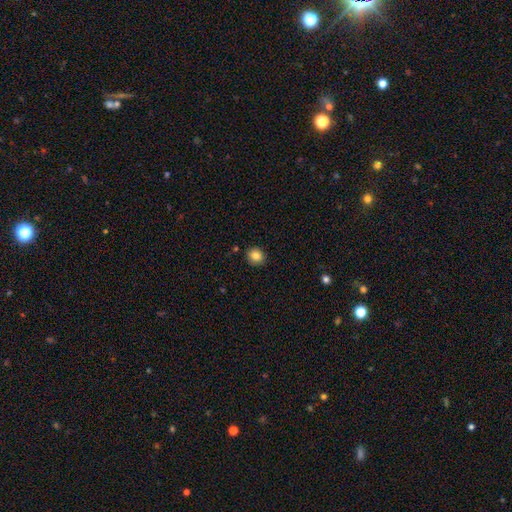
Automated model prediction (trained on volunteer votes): This appears to be a smooth galaxy with no disk features (83%) that is round (84%). Merging: none (89%).